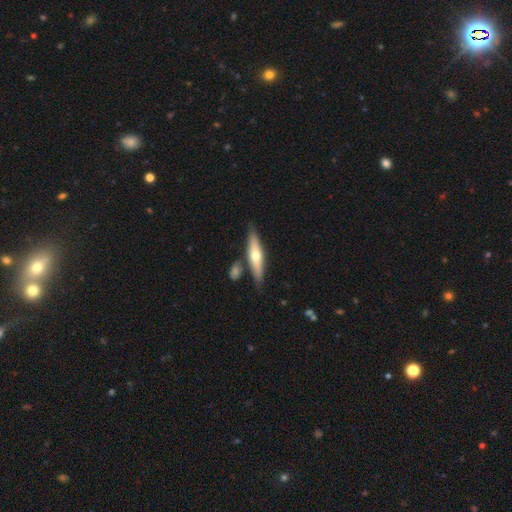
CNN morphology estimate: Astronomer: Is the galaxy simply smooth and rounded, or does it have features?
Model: featured or disk — 51% (runner-up: smooth, 43%).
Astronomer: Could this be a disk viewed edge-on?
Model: yes — 89%.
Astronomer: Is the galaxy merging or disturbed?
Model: none — 77%.